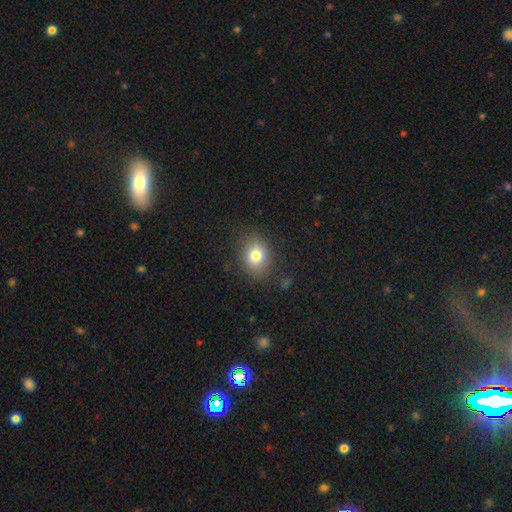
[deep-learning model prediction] Smooth or featured? Predicted: smooth (p=0.79). How rounded? Predicted: round (p=0.51). Merging? Predicted: none (p=0.82).